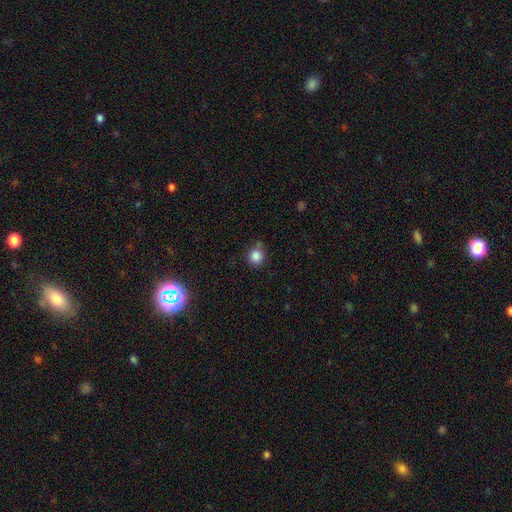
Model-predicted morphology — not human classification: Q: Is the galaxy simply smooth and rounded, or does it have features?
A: smooth — 84%.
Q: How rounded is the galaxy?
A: round — 85%.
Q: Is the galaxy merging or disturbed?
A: none — 69%.